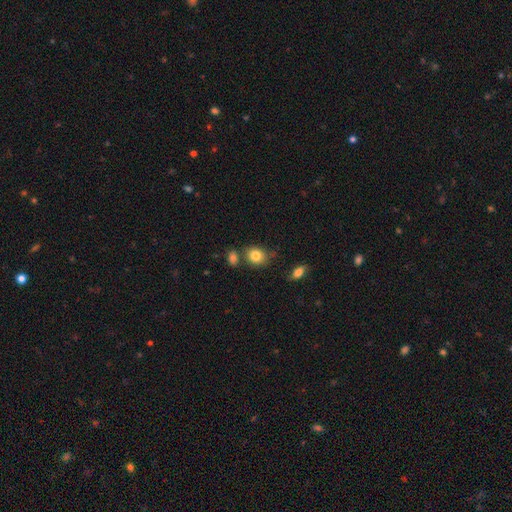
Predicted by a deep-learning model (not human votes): Smooth or featured? Predicted: smooth (p=0.84). How rounded? Predicted: round (p=0.56). Merging? Predicted: none (p=0.67).